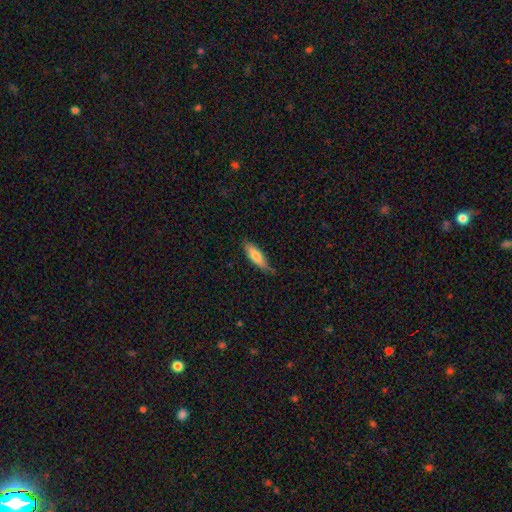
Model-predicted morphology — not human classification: Smooth or featured? Predicted: smooth (p=0.77). How rounded? Predicted: cigar-shaped (p=0.54). Merging? Predicted: none (p=0.70).